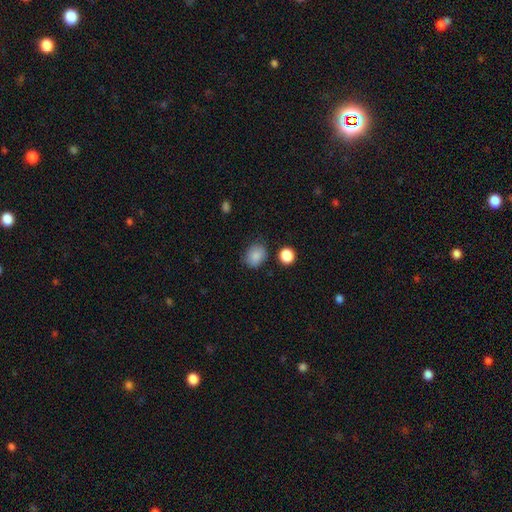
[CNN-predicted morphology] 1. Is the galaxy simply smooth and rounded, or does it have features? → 86% smooth, 9% star or artifact, 5% featured or disk.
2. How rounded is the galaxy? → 55% round, 44% in between, 1% cigar-shaped.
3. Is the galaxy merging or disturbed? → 75% none, 18% minor disturbance, 4% major disturbance, 3% merger.